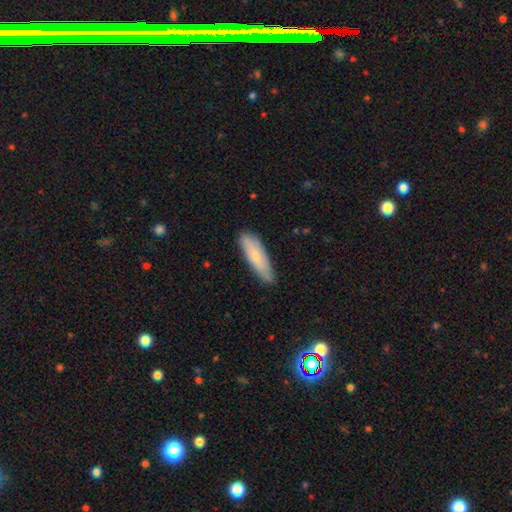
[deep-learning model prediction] A smooth galaxy with no disk features (68%) that is cigar-shaped (62%).

Vote fractions:
- Smooth or featured? smooth: 68% / featured or disk: 26% / star or artifact: 6%
- How rounded? cigar-shaped: 62% / in between: 37% / round: 2%
- Merging? none: 79% / minor disturbance: 17% / major disturbance: 3% / merger: 1%